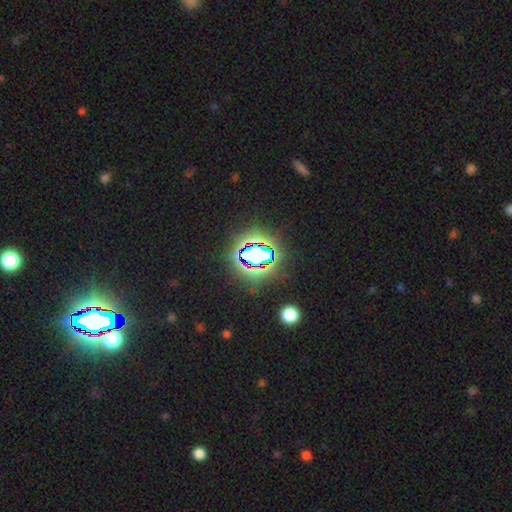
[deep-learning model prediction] Smooth or featured? Predicted: star or artifact (p=0.80).